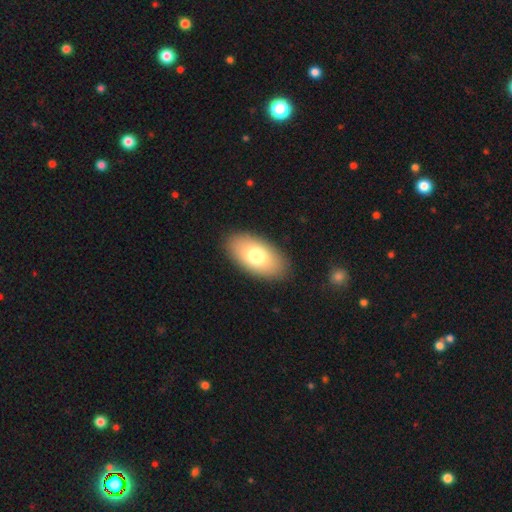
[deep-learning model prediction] This is likely a smooth galaxy (73%). How rounded: clearly in between (93%). Merging: clearly none (88%).